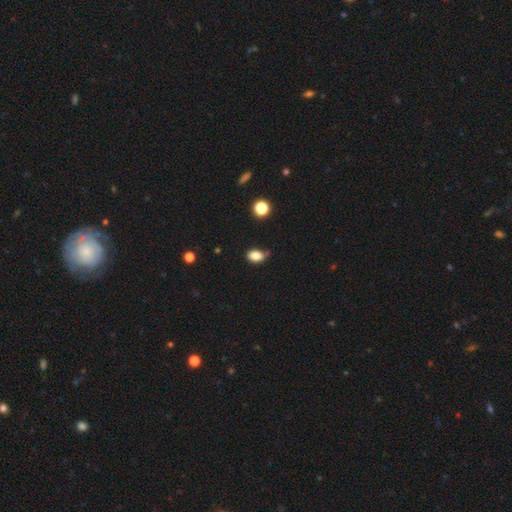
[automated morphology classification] smooth-or-featured: smooth: 84% | star or artifact: 10% | featured or disk: 6%
  how-rounded: in between: 83% | round: 15% | cigar-shaped: 2%
  merging: none: 62% | minor disturbance: 28% | major disturbance: 5% | merger: 4%